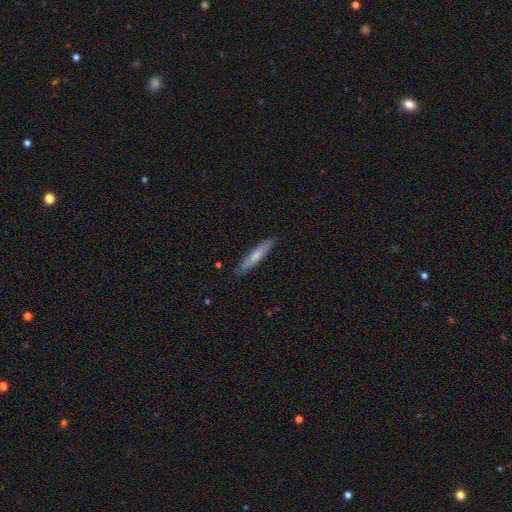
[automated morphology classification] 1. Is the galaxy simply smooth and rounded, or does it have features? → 62% smooth, 32% featured or disk, 5% star or artifact.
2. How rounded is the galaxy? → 89% cigar-shaped, 9% in between, 1% round.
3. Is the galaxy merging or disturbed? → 85% none, 12% minor disturbance, 2% major disturbance, 1% merger.